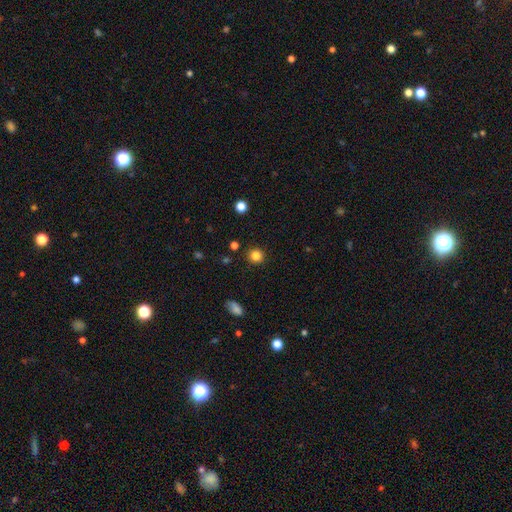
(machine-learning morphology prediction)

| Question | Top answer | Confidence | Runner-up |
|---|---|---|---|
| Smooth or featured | smooth | 83% | star or artifact (12%) |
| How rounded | round | 93% | in between (6%) |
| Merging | none | 91% | minor disturbance (6%) |